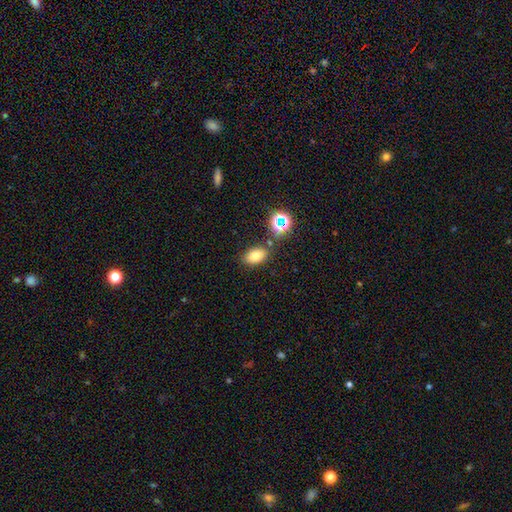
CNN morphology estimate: This is likely a smooth galaxy (73%). How rounded: clearly in between (85%). Merging: likely none (77%).